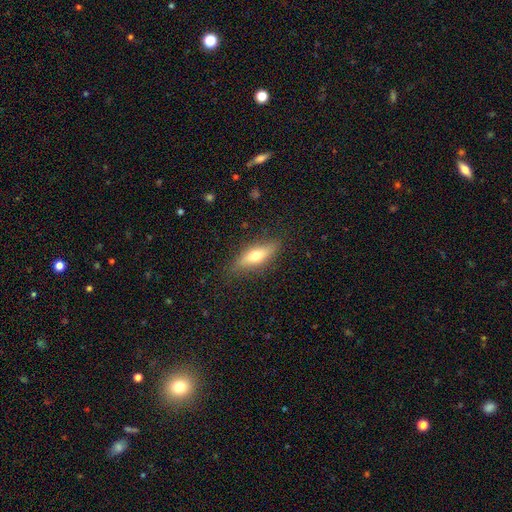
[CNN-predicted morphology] A smooth galaxy with no disk features (53%) that is cigar-shaped (53%).

Vote fractions:
- Smooth or featured? smooth: 53% / featured or disk: 41% / star or artifact: 7%
- How rounded? cigar-shaped: 53% / in between: 44% / round: 3%
- Merging? none: 83% / minor disturbance: 13% / major disturbance: 3% / merger: 1%